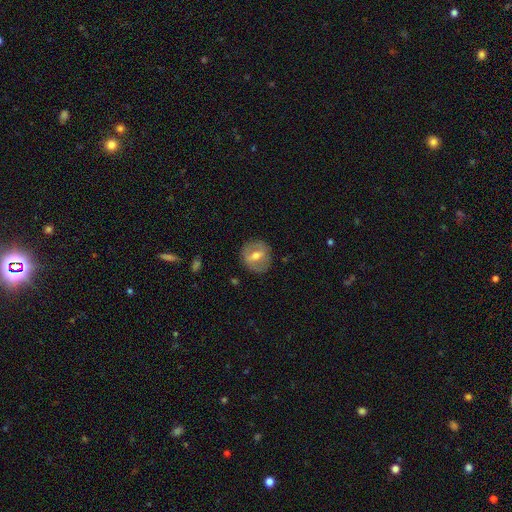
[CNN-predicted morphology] Smooth or featured? Predicted: featured or disk (p=0.52). Edge-on disk? Predicted: no (p=0.91). Merging? Predicted: none (p=0.83).